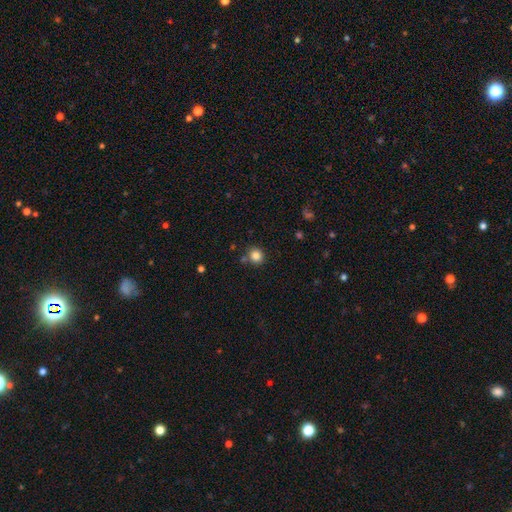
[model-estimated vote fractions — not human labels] smooth 84%, star or artifact 11%, featured or disk 5%. Down the decision tree: how rounded — round (85%); merging — none (79%).